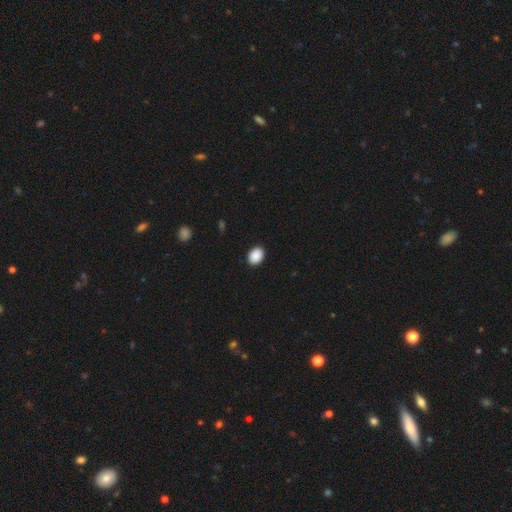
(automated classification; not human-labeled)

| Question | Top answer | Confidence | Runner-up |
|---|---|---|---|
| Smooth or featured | smooth | 90% | star or artifact (7%) |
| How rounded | in between | 68% | round (31%) |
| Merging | none | 90% | minor disturbance (7%) |